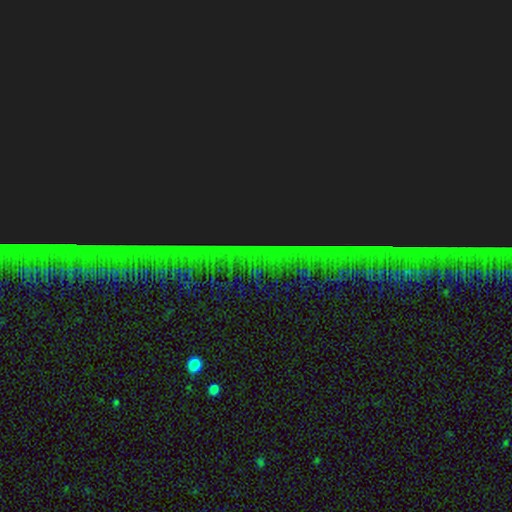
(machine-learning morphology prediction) Q: Smooth or featured?
A: star or artifact (87%); runner-up: featured or disk (7%)